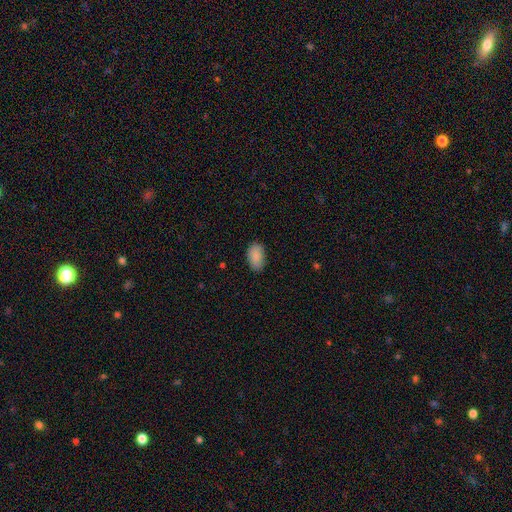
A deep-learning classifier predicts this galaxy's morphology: A smooth galaxy with no disk features (89%) that is in between round and cigar-shaped (93%). Merging: none (84%).